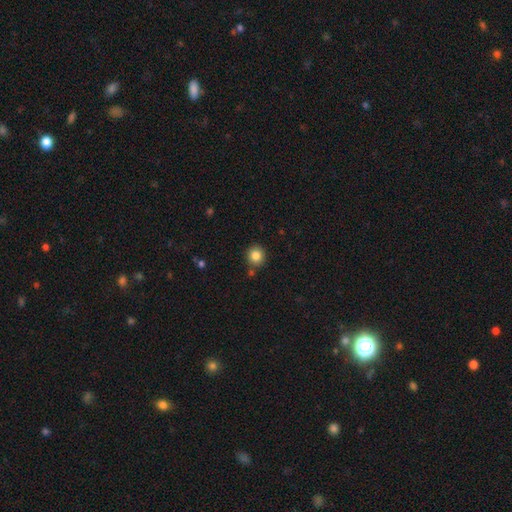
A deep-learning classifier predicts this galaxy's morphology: This is clearly a smooth galaxy (84%). How rounded: clearly round (90%). Merging: clearly none (84%).